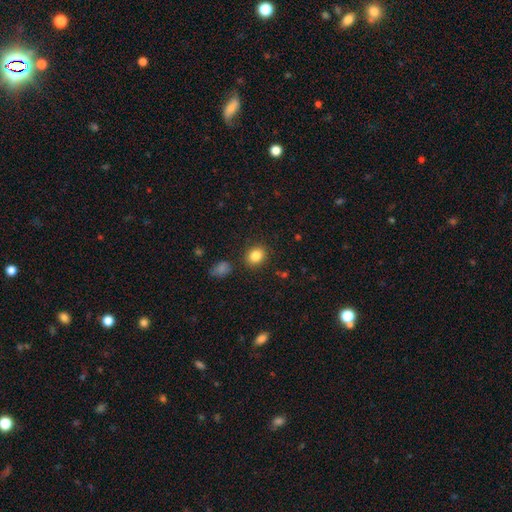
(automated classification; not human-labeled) Smooth or featured?
  - smooth: 84% *
  - star or artifact: 10%
  - featured or disk: 5%
How rounded?
  - round: 54% *
  - in between: 45%
  - cigar-shaped: 1%
Merging?
  - none: 86% *
  - minor disturbance: 9%
  - major disturbance: 3%
  - merger: 3%